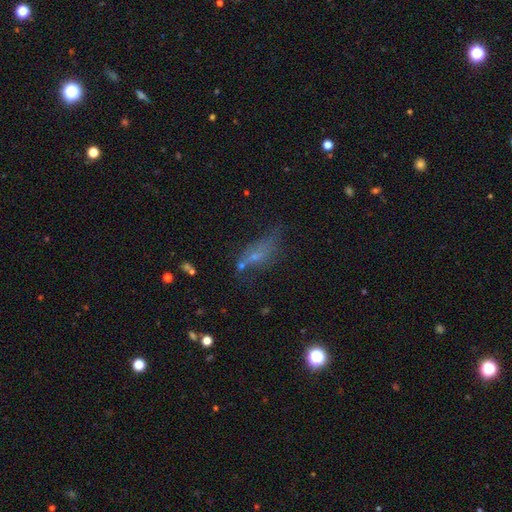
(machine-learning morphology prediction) Smooth or featured? smooth (44%)
Merging? none (40%)